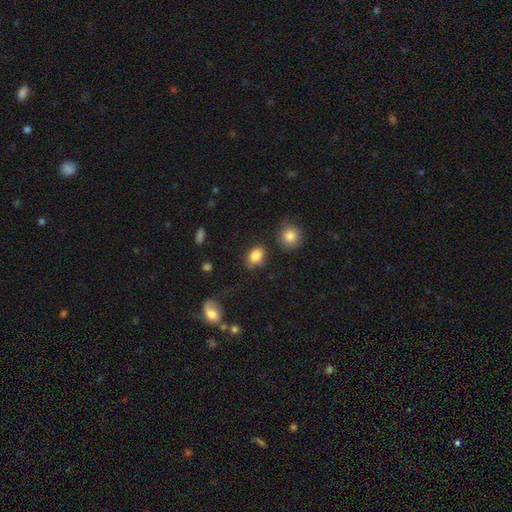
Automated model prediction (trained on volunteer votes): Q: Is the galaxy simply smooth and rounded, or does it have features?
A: smooth — 85%.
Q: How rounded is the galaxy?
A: in between — 73%.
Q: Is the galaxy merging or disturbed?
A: none — 70%.